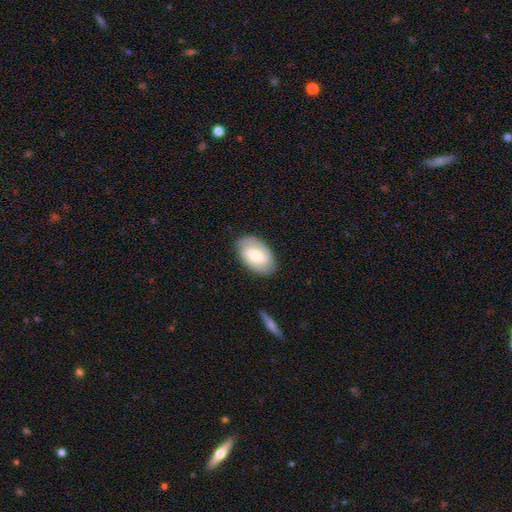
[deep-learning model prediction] Smooth or featured? Predicted: smooth (p=0.48). Merging? Predicted: none (p=0.82).